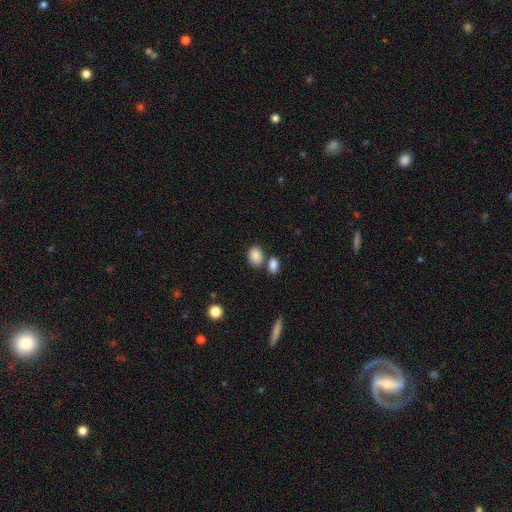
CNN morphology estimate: smooth_or_featured: smooth (p=0.87) [alt: star or artifact p=0.08]
how_rounded: in between (p=0.72) [alt: round p=0.27]
merging: none (p=0.60) [alt: merger p=0.25]